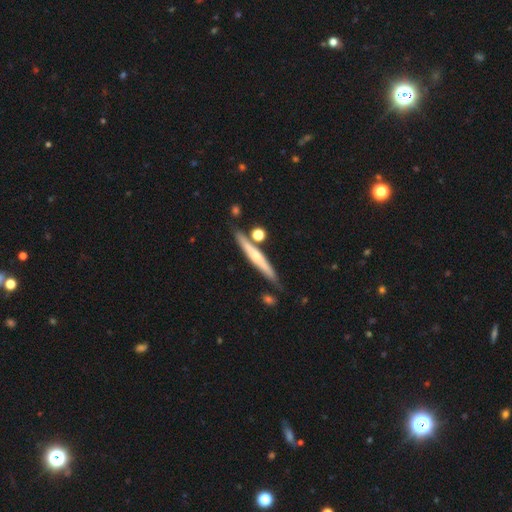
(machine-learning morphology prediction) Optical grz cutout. It shows a featured or disk galaxy (57%) viewed edge-on (94%) with a rounded central bulge (67%). Merging: none (79%).